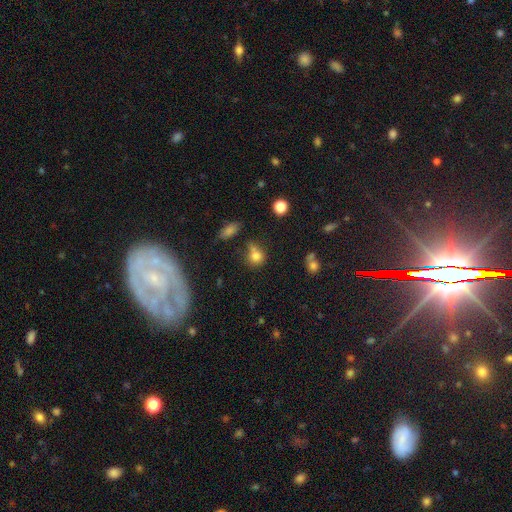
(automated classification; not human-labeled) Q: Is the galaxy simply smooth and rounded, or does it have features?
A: smooth — 77%.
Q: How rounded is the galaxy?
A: round — 70%.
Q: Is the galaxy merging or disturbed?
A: none — 50%.